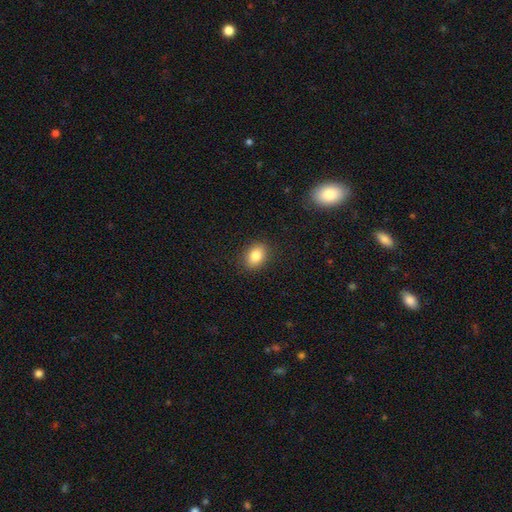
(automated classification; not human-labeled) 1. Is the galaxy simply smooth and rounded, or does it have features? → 85% smooth, 9% star or artifact, 6% featured or disk.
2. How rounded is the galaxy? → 71% in between, 28% round, 1% cigar-shaped.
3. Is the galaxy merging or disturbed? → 89% none, 8% minor disturbance, 2% major disturbance, 1% merger.